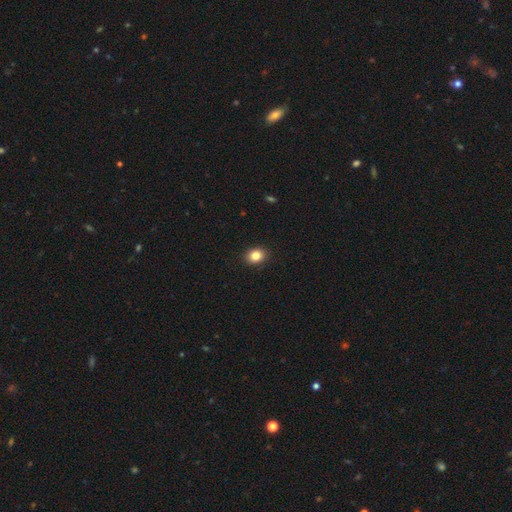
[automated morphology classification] This is clearly a smooth galaxy (84%). How rounded: possibly in between (53%). Merging: clearly none (91%).